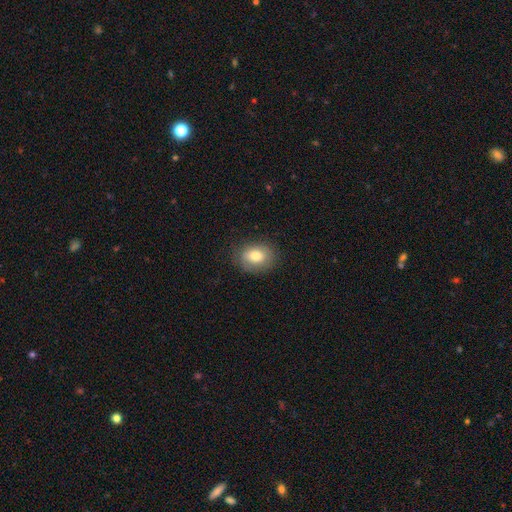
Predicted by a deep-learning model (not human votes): This appears to be a smooth galaxy with no disk features (78%) that is in between round and cigar-shaped (65%). Merging: none (81%).